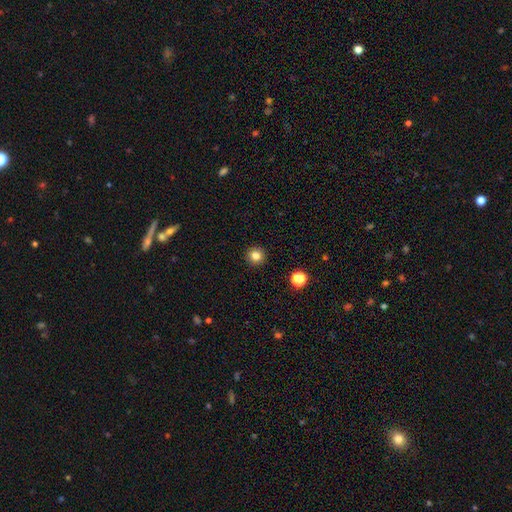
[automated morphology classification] Q: Smooth or featured?
A: smooth (82%); runner-up: star or artifact (13%)
Q: How rounded?
A: round (95%); runner-up: in between (4%)
Q: Merging?
A: none (93%); runner-up: minor disturbance (4%)